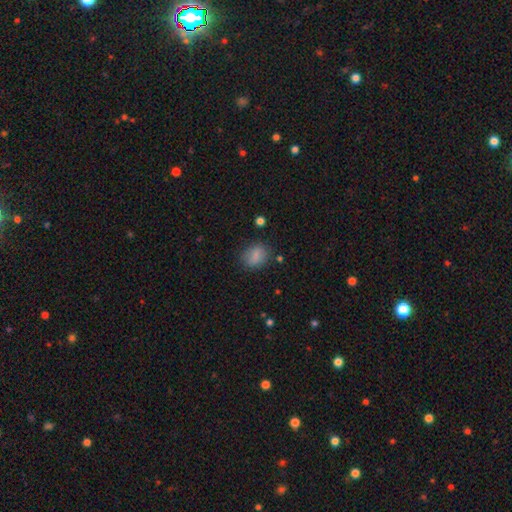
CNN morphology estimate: Smooth or featured? Predicted: smooth (p=0.83). How rounded? Predicted: in between (p=0.55). Merging? Predicted: none (p=0.78).